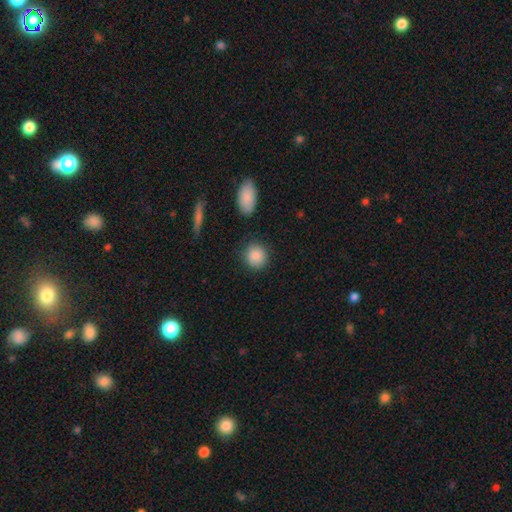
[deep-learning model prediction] smooth-or-featured: smooth: 88% | star or artifact: 7% | featured or disk: 4%
  how-rounded: round: 82% | in between: 16% | cigar-shaped: 1%
  merging: none: 84% | minor disturbance: 10% | major disturbance: 3% | merger: 3%